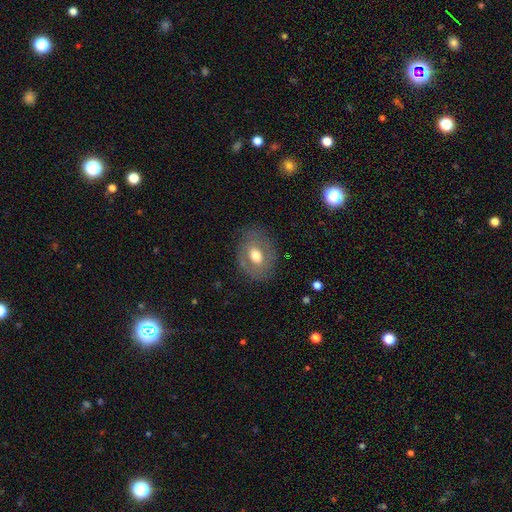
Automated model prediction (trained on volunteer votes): Morphology: type=smooth (55%); roundness=in between (58%); merging=none (76%).